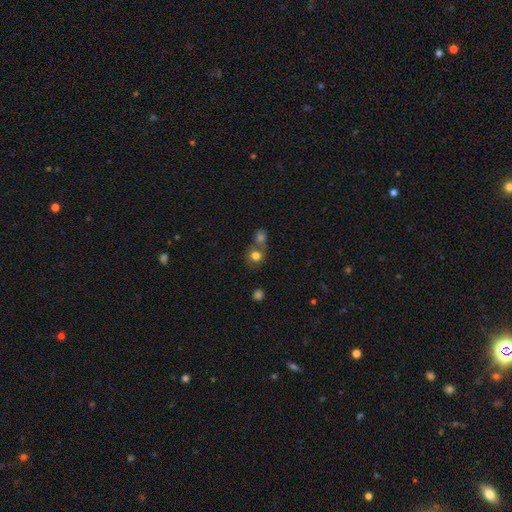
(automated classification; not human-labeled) Smooth or featured: smooth — 76% (featured or disk — 12%)
How rounded: round — 76% (in between — 23%)
Merging: none — 43% (merger — 42%)